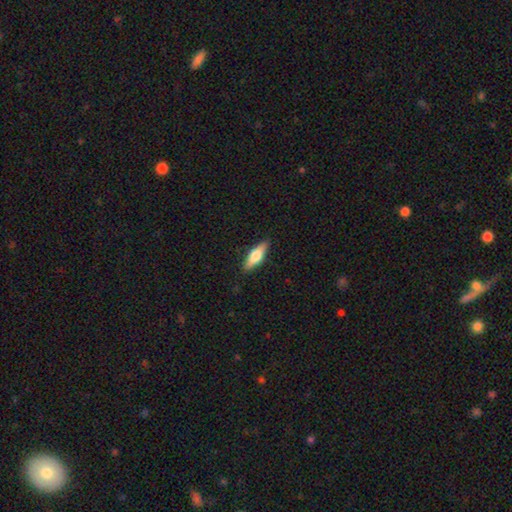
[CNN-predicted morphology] Smooth or featured?
  - smooth: 56% *
  - featured or disk: 38%
  - star or artifact: 6%
How rounded?
  - in between: 49% *
  - cigar-shaped: 48%
  - round: 3%
Merging?
  - none: 87% *
  - minor disturbance: 10%
  - major disturbance: 2%
  - merger: 1%